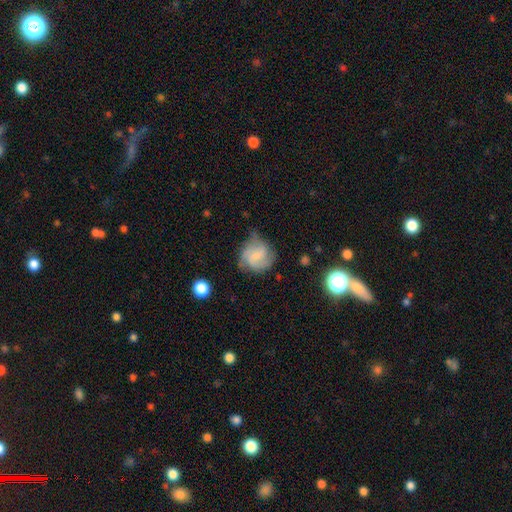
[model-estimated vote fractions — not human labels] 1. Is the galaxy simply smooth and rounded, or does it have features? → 55% featured or disk, 37% smooth, 8% star or artifact.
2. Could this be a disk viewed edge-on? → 98% no, 2% yes.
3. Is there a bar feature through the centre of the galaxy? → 55% no, 39% weak, 7% strong.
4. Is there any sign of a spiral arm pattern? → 88% yes, 12% no.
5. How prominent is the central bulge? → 51% small, 23% moderate, 22% none, 3% large, 1% dominant.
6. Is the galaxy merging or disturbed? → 55% none, 30% minor disturbance, 13% major disturbance, 2% merger.